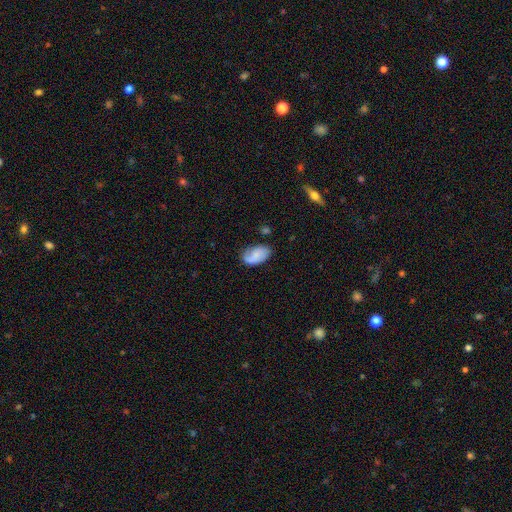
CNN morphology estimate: The model was most divided on "smooth or featured": smooth: 59%, featured or disk: 33%, star or artifact: 8%. More confident: how rounded — in between (91%); merging — none (61%).